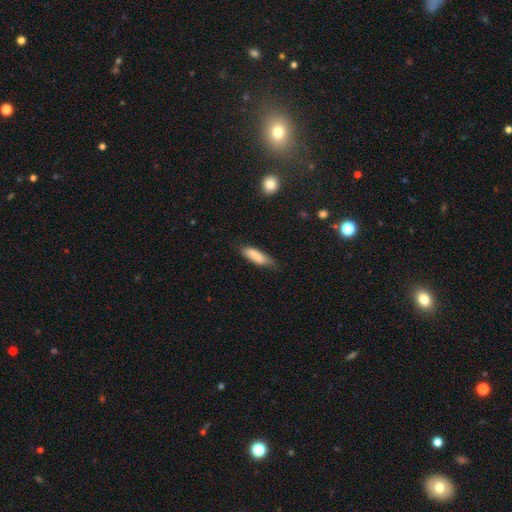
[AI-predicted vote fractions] smooth-or-featured: smooth: 84% | featured or disk: 10% | star or artifact: 7%
  how-rounded: in between: 55% | cigar-shaped: 43% | round: 2%
  merging: none: 59% | minor disturbance: 33% | major disturbance: 7% | merger: 2%